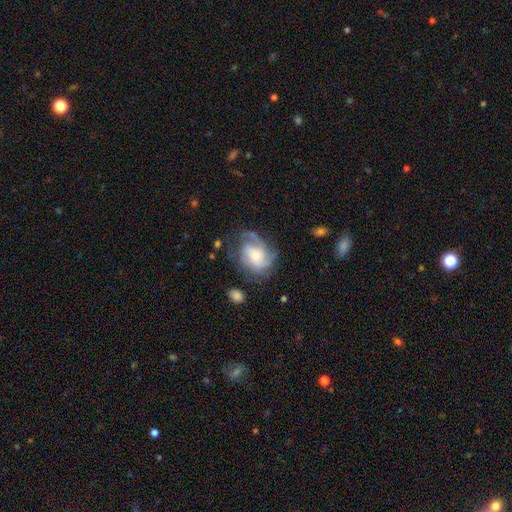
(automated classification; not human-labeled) smooth-or-featured: featured or disk: 70% | smooth: 23% | star or artifact: 7%
  disk-edge-on: no: 97% | yes: 3%
    bar: no: 68% | weak: 27% | strong: 5%
    has-spiral-arms: yes: 88% | no: 12%
      spiral-winding: medium: 41% (tied) | tight: 41% (tied) | loose: 18%
      spiral-arm-count: can't tell: 33% | 3: 24% | 2: 22% | 1: 8% | 4: 8% | more than 4: 4%
    bulge-size: small: 49% | moderate: 37% | large: 9% | none: 4% | dominant: 2%
  merging: none: 55% | minor disturbance: 23% | major disturbance: 19% | merger: 3%